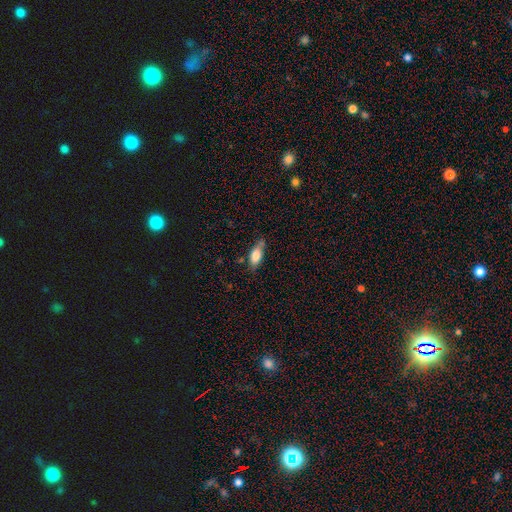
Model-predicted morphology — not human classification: A smooth galaxy with no disk features (75%) that is in between round and cigar-shaped (76%).

Vote fractions:
- Smooth or featured? smooth: 75% / featured or disk: 18% / star or artifact: 7%
- How rounded? in between: 76% / cigar-shaped: 21% / round: 3%
- Merging? none: 63% / minor disturbance: 26% / major disturbance: 6% / merger: 5%